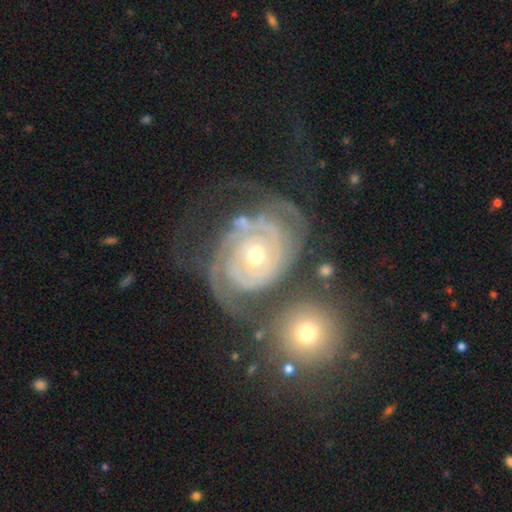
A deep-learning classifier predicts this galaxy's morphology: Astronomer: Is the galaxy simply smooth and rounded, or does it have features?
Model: featured or disk — 91%.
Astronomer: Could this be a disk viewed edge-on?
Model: no — 97%.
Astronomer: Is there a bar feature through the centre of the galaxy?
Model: no — 77%.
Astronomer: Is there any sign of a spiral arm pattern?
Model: yes — 97%.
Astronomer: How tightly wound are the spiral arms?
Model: tight — 79%.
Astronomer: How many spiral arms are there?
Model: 2 — 36% (runner-up: can't tell, 23%).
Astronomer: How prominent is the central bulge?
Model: moderate — 57% (runner-up: small, 38%).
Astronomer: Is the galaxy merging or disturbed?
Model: none — 50%.